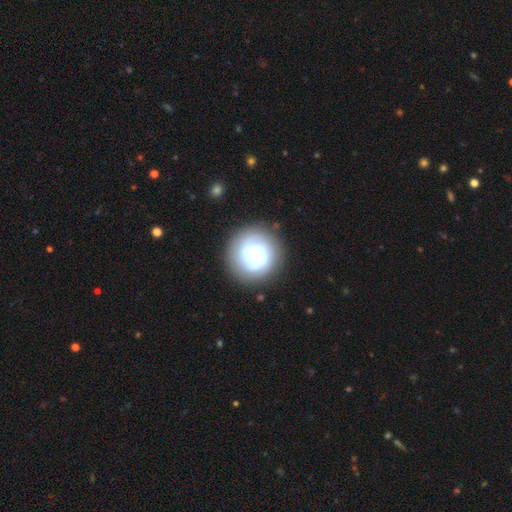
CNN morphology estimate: Smooth or featured?
  - smooth: 52% *
  - featured or disk: 39%
  - star or artifact: 9%
How rounded?
  - round: 93% *
  - in between: 6%
  - cigar-shaped: 1%
Merging?
  - none: 75% *
  - minor disturbance: 14%
  - major disturbance: 8%
  - merger: 3%